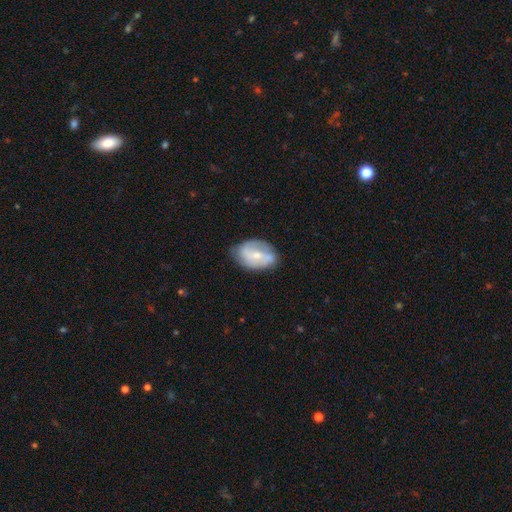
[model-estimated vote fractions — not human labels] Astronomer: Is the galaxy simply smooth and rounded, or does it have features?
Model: featured or disk — 60%.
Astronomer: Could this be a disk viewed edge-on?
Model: no — 95%.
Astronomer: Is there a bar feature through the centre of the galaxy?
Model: weak — 42% (runner-up: no, 40%).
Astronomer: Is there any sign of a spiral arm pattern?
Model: yes — 74%.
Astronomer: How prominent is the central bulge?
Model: small — 50% (runner-up: moderate, 44%).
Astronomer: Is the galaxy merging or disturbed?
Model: none — 64%.